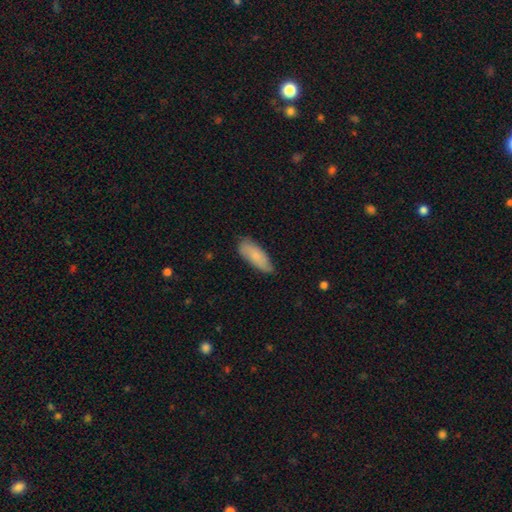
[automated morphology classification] This appears to be a smooth galaxy with no disk features (79%) that is in between round and cigar-shaped (70%). Merging: none (74%).